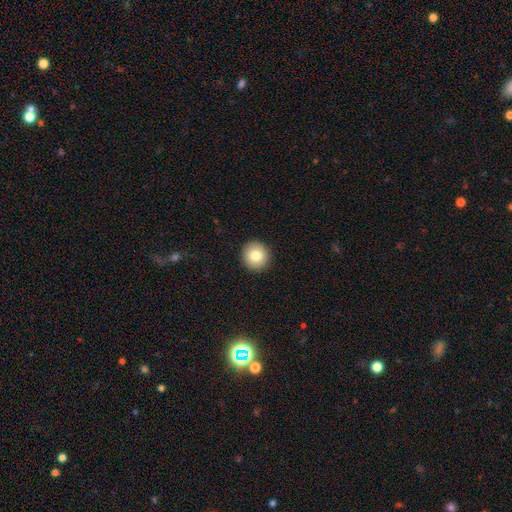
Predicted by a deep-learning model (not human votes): A smooth galaxy with no disk features (82%) that is round (94%). Merging: none (93%).